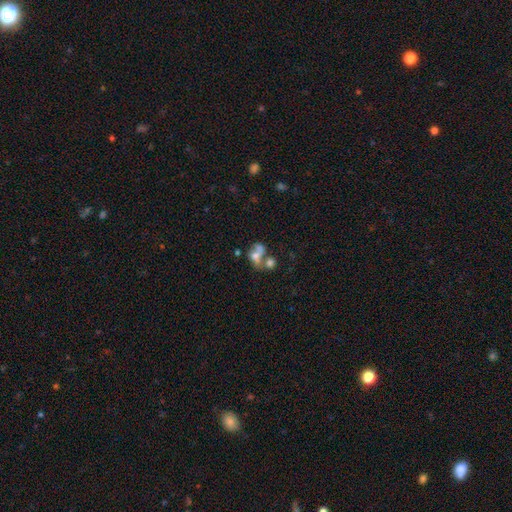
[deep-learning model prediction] smooth_or_featured: smooth (p=0.55) [alt: featured or disk p=0.33]
how_rounded: in between (p=0.61) [alt: round p=0.37]
merging: merger (p=0.57) [alt: none p=0.21]